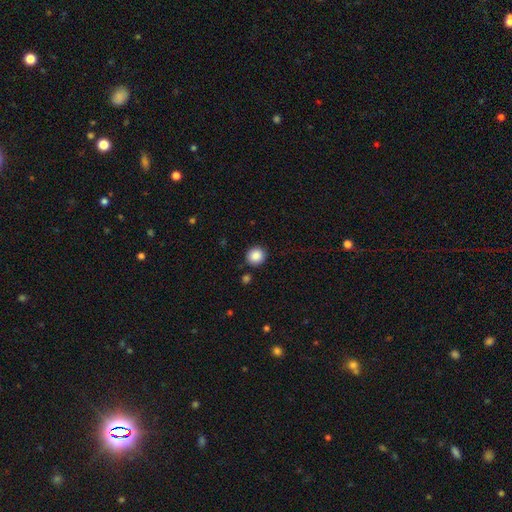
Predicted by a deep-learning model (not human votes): smooth-or-featured: smooth: 88% | star or artifact: 9% | featured or disk: 4%
  how-rounded: round: 91% | in between: 9% | cigar-shaped: 1%
  merging: none: 88% | minor disturbance: 7% | merger: 3% | major disturbance: 2%